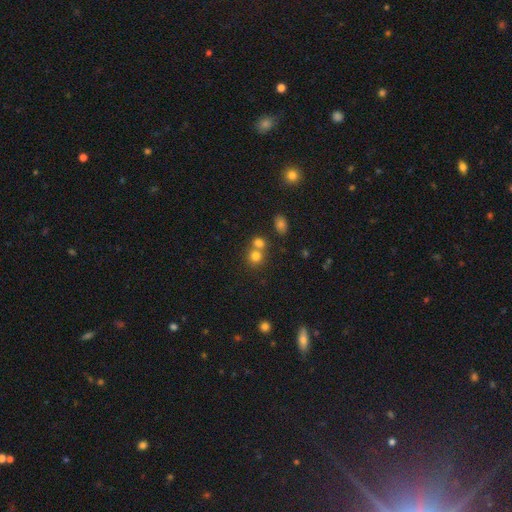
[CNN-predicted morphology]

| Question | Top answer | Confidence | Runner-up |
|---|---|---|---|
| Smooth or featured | smooth | 77% | star or artifact (14%) |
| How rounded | round | 82% | in between (17%) |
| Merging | none | 47% | merger (43%) |